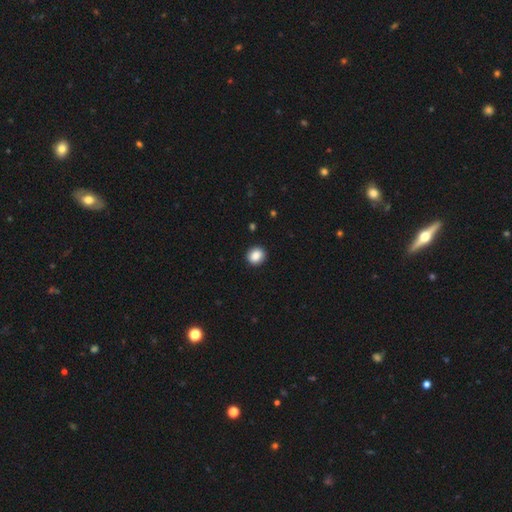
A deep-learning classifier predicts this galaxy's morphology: Smooth or featured: smooth — 88% (star or artifact — 8%)
How rounded: round — 77% (in between — 22%)
Merging: none — 91% (minor disturbance — 6%)